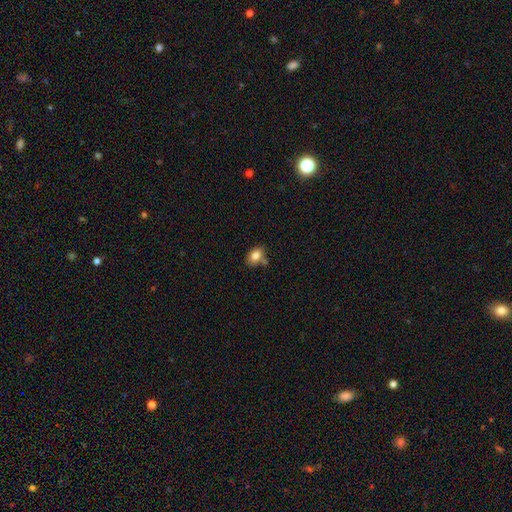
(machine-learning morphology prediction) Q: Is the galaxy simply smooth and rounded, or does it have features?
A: smooth — 81%.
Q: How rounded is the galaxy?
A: in between — 81%.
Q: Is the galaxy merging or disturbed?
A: none — 64%.